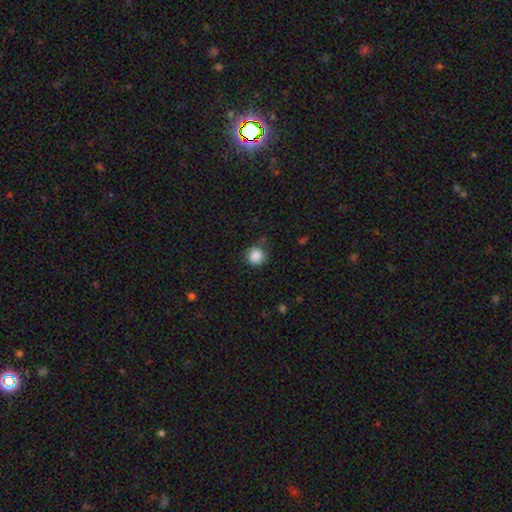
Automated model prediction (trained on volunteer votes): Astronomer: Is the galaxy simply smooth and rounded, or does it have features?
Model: smooth — 87%.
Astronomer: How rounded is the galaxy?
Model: round — 92%.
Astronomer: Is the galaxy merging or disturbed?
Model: none — 79%.